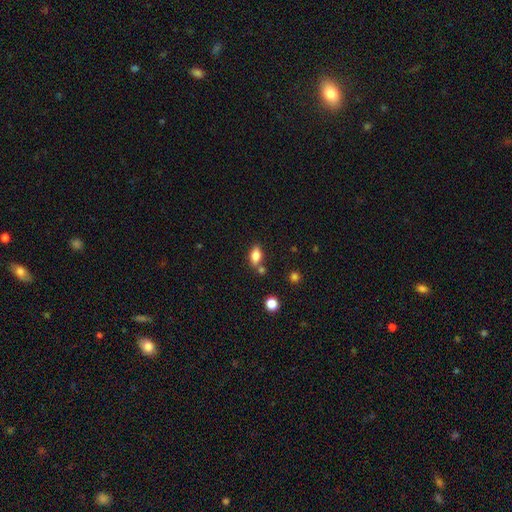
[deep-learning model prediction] Smooth or featured? smooth (81%)
How rounded? in between (87%)
Merging? none (69%)